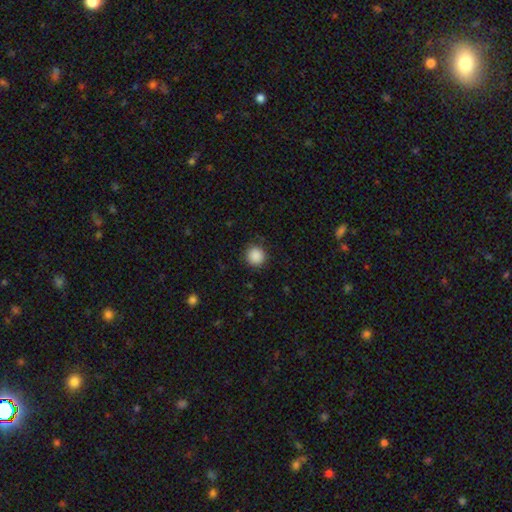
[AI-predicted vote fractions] Smooth or featured?
  - smooth: 88% *
  - star or artifact: 9%
  - featured or disk: 3%
How rounded?
  - round: 94% *
  - in between: 5%
  - cigar-shaped: 1%
Merging?
  - none: 89% *
  - minor disturbance: 7%
  - major disturbance: 2%
  - merger: 1%